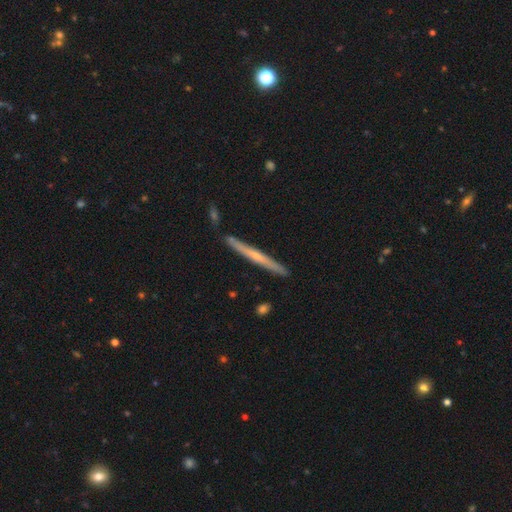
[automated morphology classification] smooth_or_featured: featured or disk (p=0.60) [alt: smooth p=0.35]
disk_edge_on: yes (p=0.97) [alt: no p=0.03]
edge_on_bulge: none (p=0.51) [alt: rounded p=0.44]
merging: none (p=0.88) [alt: minor disturbance p=0.08]